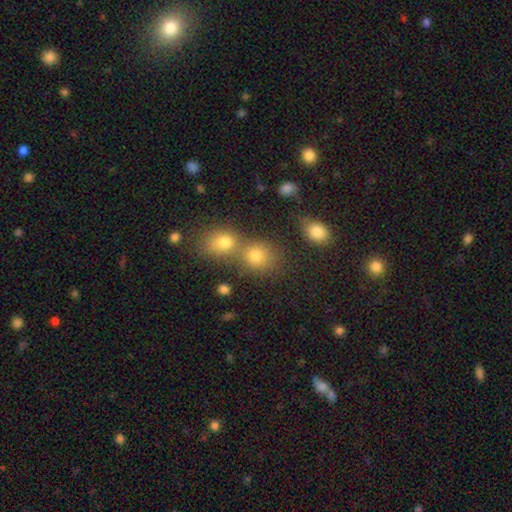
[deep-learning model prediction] A smooth galaxy with no disk features (77%) that is round (73%).

Vote fractions:
- Smooth or featured? smooth: 77% / star or artifact: 14% / featured or disk: 8%
- How rounded? round: 73% / in between: 26% / cigar-shaped: 1%
- Merging? none: 47% / merger: 42% / minor disturbance: 8% / major disturbance: 4%